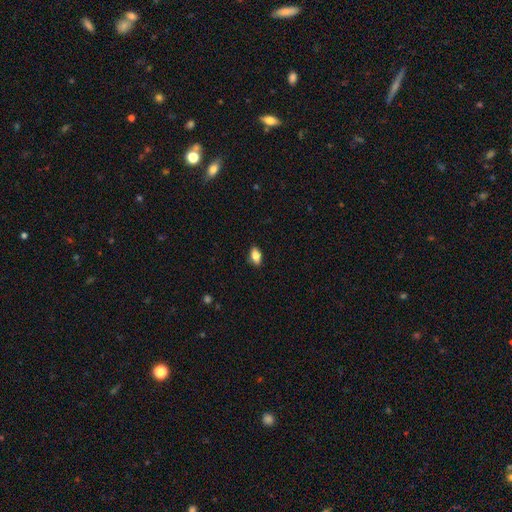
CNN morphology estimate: A smooth galaxy with no disk features (81%) that is in between round and cigar-shaped (88%). Merging: none (87%).